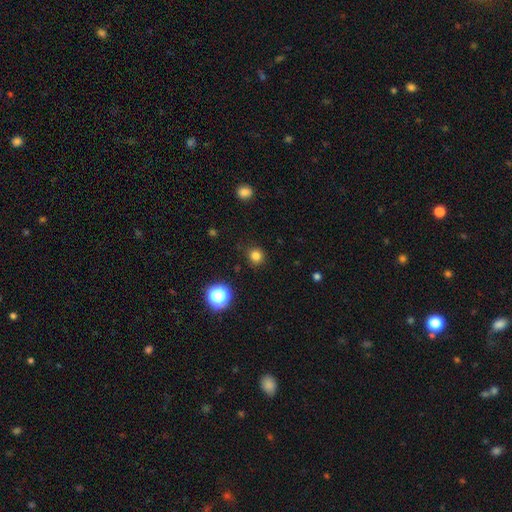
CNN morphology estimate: smooth_or_featured: smooth (p=0.80) [alt: star or artifact p=0.15]
how_rounded: round (p=0.91) [alt: in between p=0.08]
merging: none (p=0.88) [alt: minor disturbance p=0.08]